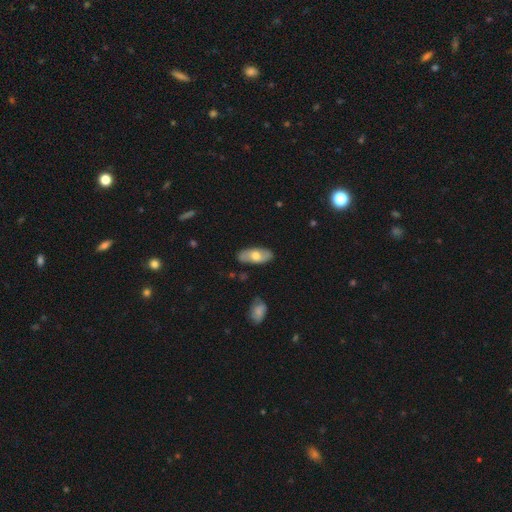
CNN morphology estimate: smooth-or-featured: smooth: 61% | featured or disk: 34% | star or artifact: 5%
  how-rounded: in between: 89% | cigar-shaped: 9% | round: 3%
  merging: none: 85% | minor disturbance: 12% | major disturbance: 2% | merger: 2%